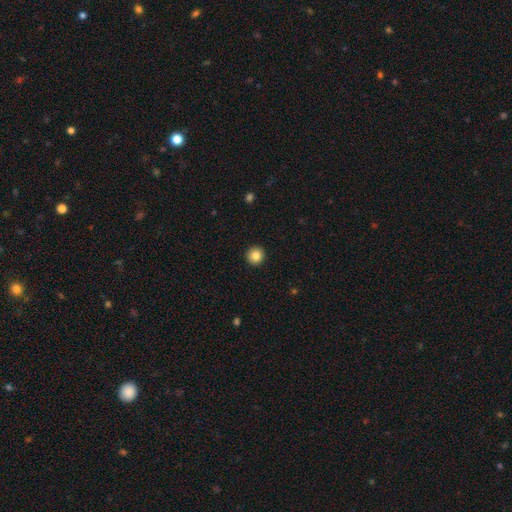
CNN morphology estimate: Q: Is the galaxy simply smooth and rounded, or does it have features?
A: smooth — 84%.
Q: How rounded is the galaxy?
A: round — 95%.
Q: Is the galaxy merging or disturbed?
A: none — 94%.